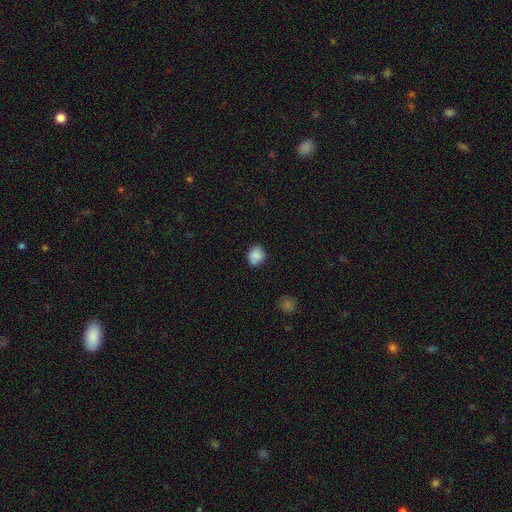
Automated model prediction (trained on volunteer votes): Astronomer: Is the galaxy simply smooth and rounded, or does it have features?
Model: smooth — 84%.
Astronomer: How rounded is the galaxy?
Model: round — 65%.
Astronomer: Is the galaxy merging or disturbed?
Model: none — 73%.